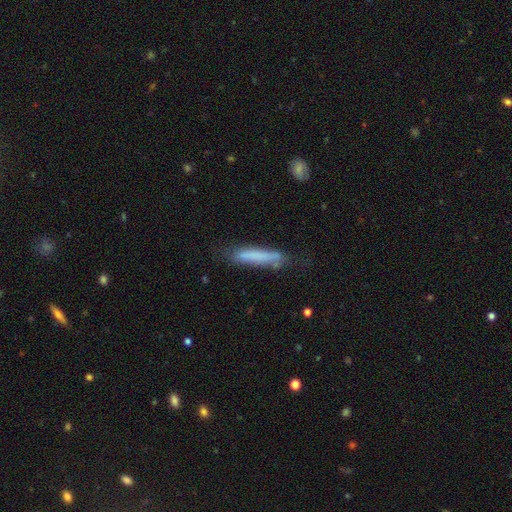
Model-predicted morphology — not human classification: The model was most divided on "merging": none: 68%, minor disturbance: 23%, major disturbance: 7%, merger: 3%. More confident: how rounded — cigar-shaped (91%); smooth or featured — smooth (69%).